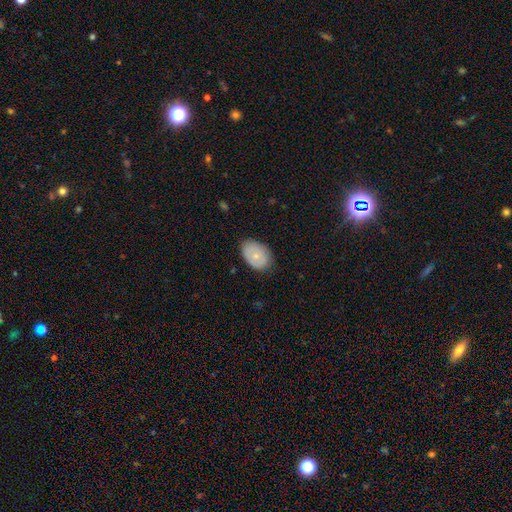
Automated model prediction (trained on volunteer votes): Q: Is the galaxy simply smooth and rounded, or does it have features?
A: smooth — 68%.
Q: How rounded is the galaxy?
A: in between — 78%.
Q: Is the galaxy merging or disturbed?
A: none — 75%.